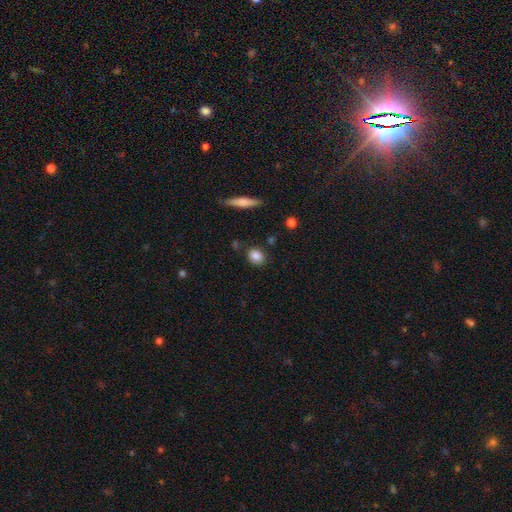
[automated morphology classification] This is clearly a smooth galaxy (85%). How rounded: possibly round (60%). Merging: clearly none (85%).